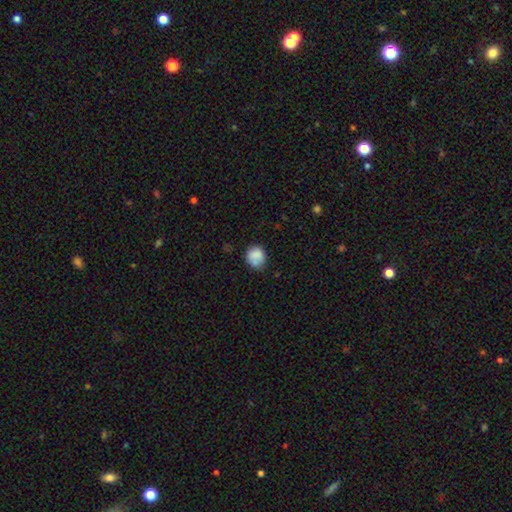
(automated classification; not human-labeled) Smooth or featured? smooth (81%)
How rounded? round (73%)
Merging? none (64%)